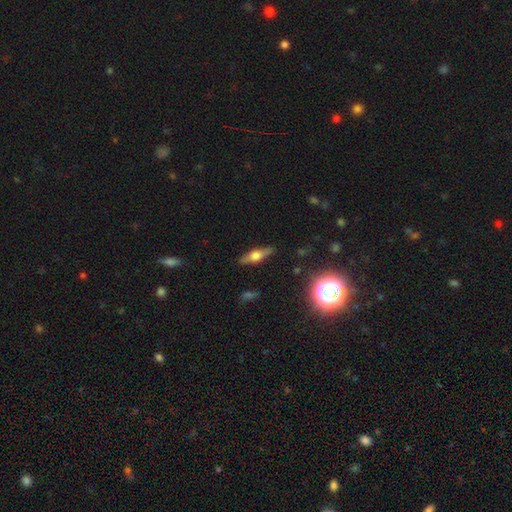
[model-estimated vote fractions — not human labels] smooth-or-featured: featured or disk: 58% | smooth: 34% | star or artifact: 8%
  disk-edge-on: yes: 93% | no: 7%
    edge-on-bulge: rounded: 92% | boxy: 6% | none: 2%
  merging: none: 87% | minor disturbance: 10% | major disturbance: 2% | merger: 1%